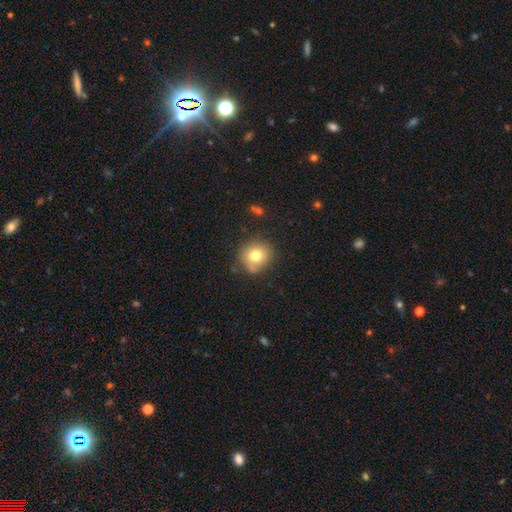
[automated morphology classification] Smooth or featured: smooth — 75% (featured or disk — 13%)
How rounded: round — 90% (in between — 9%)
Merging: none — 77% (minor disturbance — 15%)